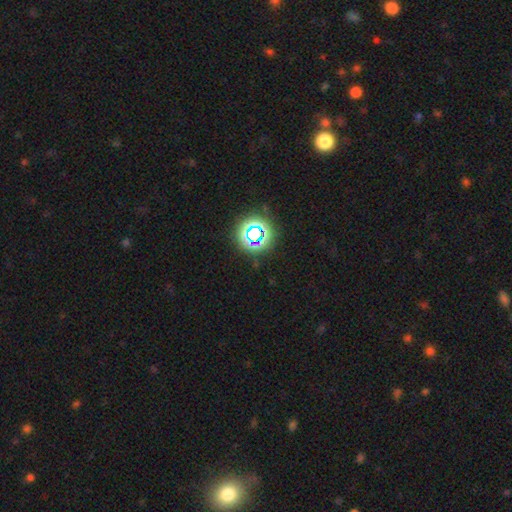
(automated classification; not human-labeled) This appears to be a star or artifact, not a galaxy (70%).